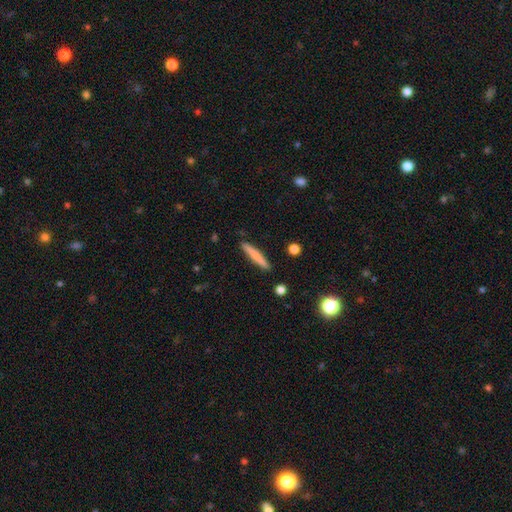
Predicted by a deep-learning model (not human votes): Smooth or featured: smooth — 70% (featured or disk — 24%)
How rounded: cigar-shaped — 94% (in between — 4%)
Merging: none — 89% (minor disturbance — 7%)